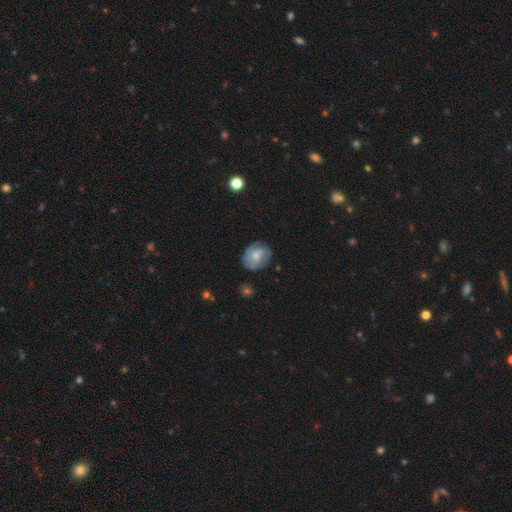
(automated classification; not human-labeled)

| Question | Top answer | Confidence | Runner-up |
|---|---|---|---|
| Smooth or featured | smooth | 54% | featured or disk (39%) |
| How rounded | round | 57% | in between (41%) |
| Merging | none | 69% | minor disturbance (22%) |